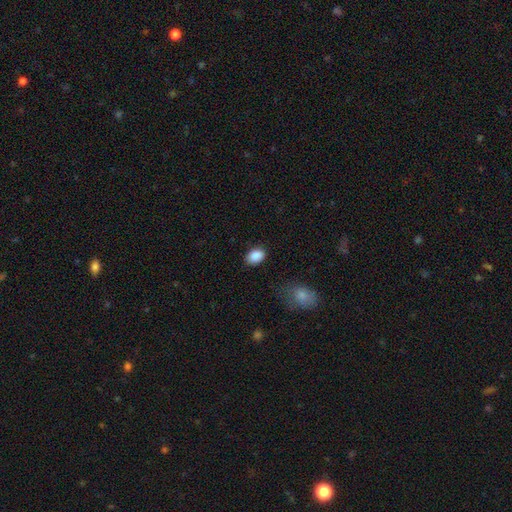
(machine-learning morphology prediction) A smooth galaxy with no disk features (89%) that is in between round and cigar-shaped (81%). Merging: none (80%).